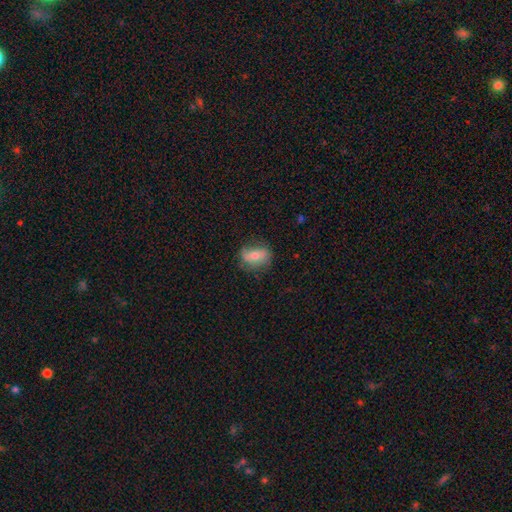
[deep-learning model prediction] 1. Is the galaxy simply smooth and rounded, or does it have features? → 58% smooth, 33% featured or disk, 9% star or artifact.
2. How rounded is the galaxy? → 76% in between, 20% round, 4% cigar-shaped.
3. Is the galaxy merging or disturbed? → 66% none, 24% minor disturbance, 9% major disturbance, 2% merger.